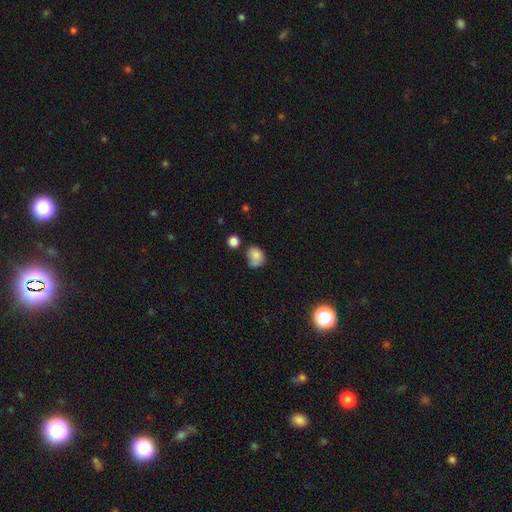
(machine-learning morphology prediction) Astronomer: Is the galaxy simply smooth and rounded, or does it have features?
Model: smooth — 78%.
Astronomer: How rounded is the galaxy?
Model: round — 55% (runner-up: in between, 44%).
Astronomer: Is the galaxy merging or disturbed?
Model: none — 42% (runner-up: minor disturbance, 29%).